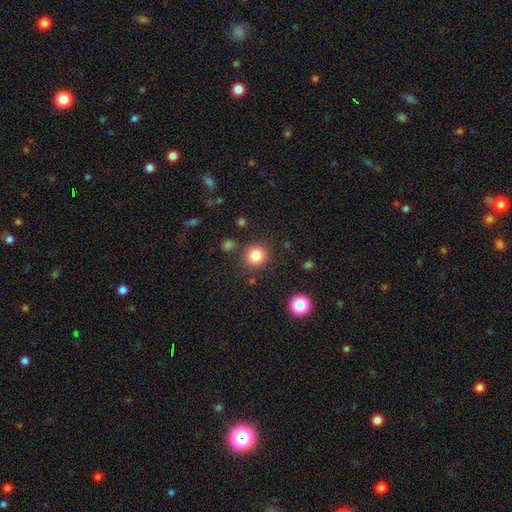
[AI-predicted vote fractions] Morphology: type=smooth (83%); roundness=round (90%); merging=none (86%).